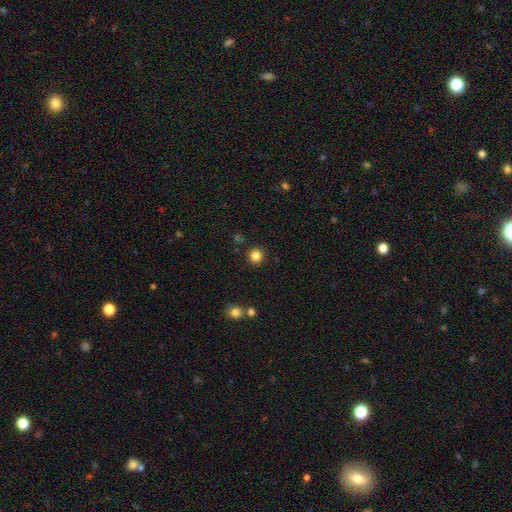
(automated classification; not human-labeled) Smooth or featured?
  - smooth: 84% *
  - star or artifact: 12%
  - featured or disk: 4%
How rounded?
  - round: 92% *
  - in between: 7%
  - cigar-shaped: 1%
Merging?
  - none: 89% *
  - minor disturbance: 7%
  - merger: 3%
  - major disturbance: 2%